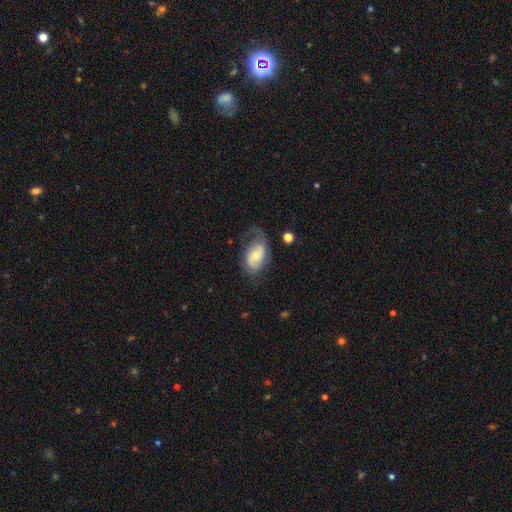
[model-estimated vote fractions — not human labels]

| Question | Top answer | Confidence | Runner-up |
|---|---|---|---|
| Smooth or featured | featured or disk | 60% | smooth (33%) |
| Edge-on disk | no | 95% | yes (5%) |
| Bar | no | 59% | weak (34%) |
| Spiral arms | yes | 79% | no (21%) |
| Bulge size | moderate | 50% | small (44%) |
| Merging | none | 42% | minor disturbance (28%) |